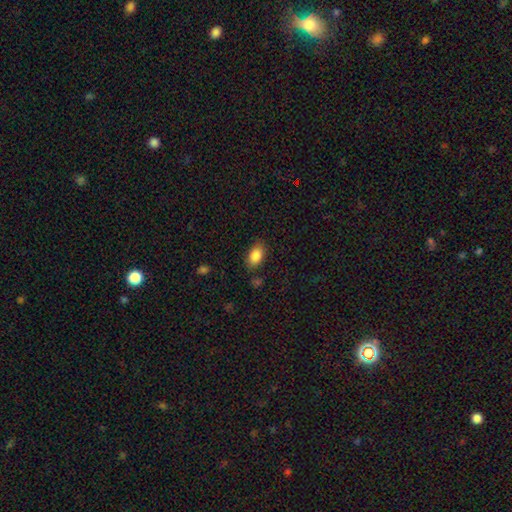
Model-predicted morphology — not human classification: type=smooth (86%); roundness=in between (90%); merging=none (83%).